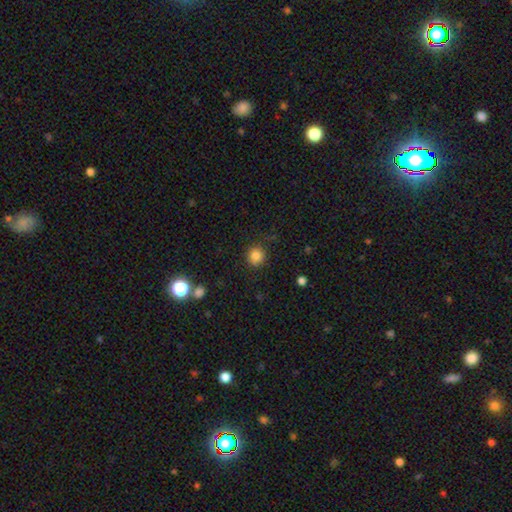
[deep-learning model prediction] smooth_or_featured: smooth (p=0.84) [alt: star or artifact p=0.12]
how_rounded: round (p=0.89) [alt: in between p=0.10]
merging: none (p=0.85) [alt: minor disturbance p=0.11]